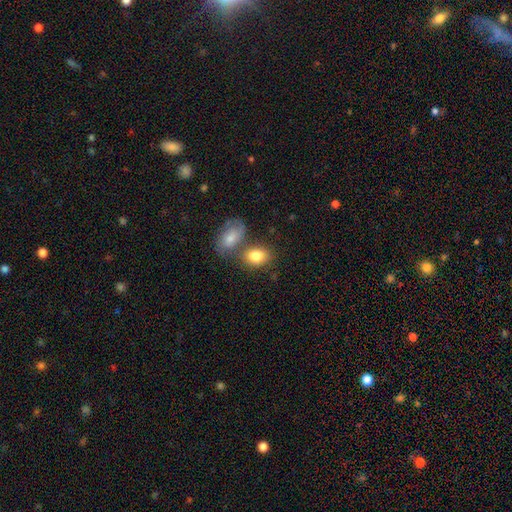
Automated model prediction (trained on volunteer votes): smooth 81%, featured or disk 12%, star or artifact 7%. Down the decision tree: how rounded — in between (77%); merging — none (45%).